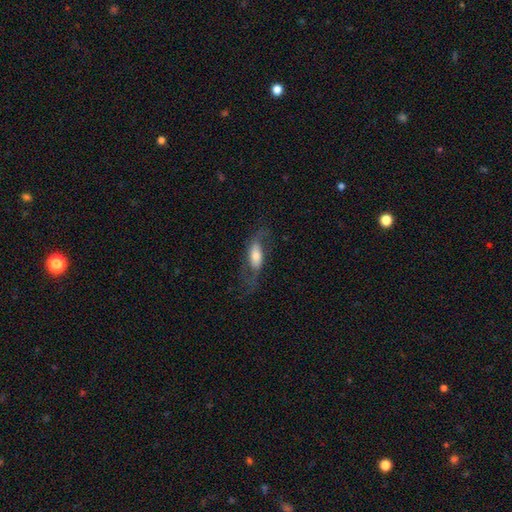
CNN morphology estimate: smooth-or-featured: featured or disk: 52% | smooth: 40% | star or artifact: 7%
  disk-edge-on: no: 82% | yes: 18%
  merging: none: 56% | major disturbance: 22% | minor disturbance: 20% | merger: 2%